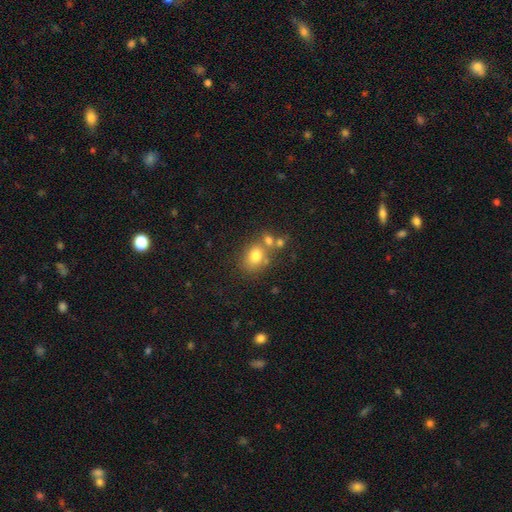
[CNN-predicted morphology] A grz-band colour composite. It shows a smooth galaxy with no disk features (76%) that is round (52%). Merging: none (56%).